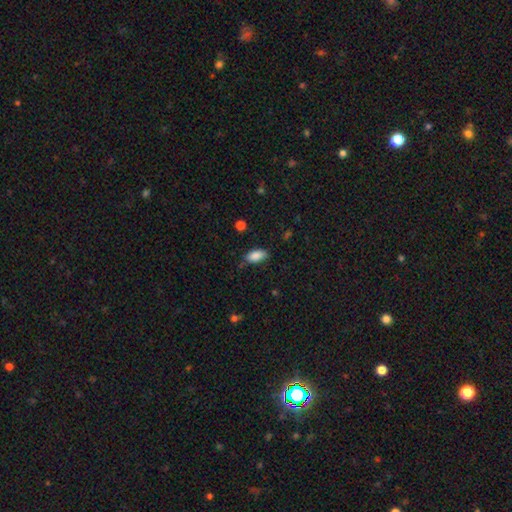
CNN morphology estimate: Smooth or featured? smooth (87%)
How rounded? in between (91%)
Merging? none (74%)